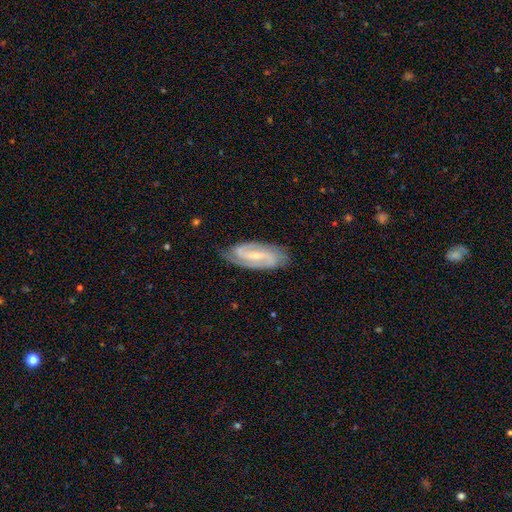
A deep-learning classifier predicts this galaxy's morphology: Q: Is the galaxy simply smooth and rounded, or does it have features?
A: featured or disk — 86%.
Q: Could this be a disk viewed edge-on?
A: no — 94%.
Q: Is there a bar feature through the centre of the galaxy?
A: weak — 42%, tied with strong.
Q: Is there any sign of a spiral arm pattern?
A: yes — 97%.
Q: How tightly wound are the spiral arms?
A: medium — 45%.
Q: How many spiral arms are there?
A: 2 — 85%.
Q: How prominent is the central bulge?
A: small — 67%.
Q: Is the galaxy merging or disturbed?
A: none — 81%.